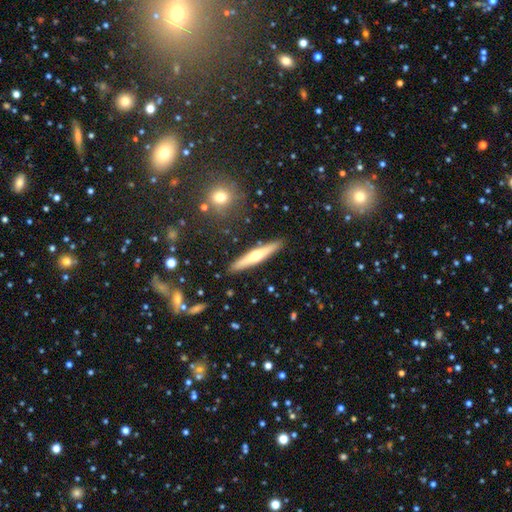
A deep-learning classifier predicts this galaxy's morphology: smooth-or-featured: featured or disk: 51% | smooth: 43% | star or artifact: 6%
  disk-edge-on: yes: 94% | no: 6%
  merging: none: 89% | minor disturbance: 7% | merger: 2% | major disturbance: 2%